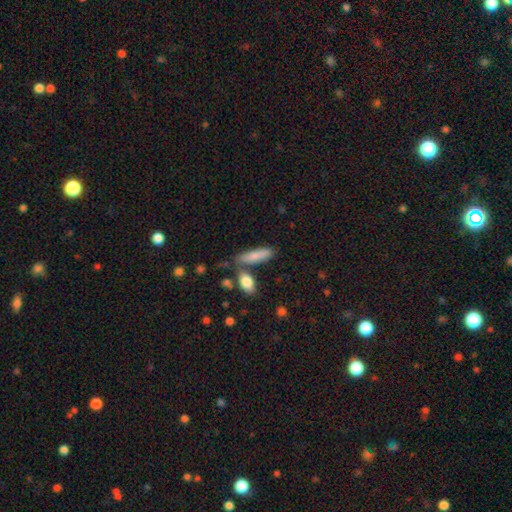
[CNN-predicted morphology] type=smooth (82%); roundness=cigar-shaped (64%); merging=none (69%).